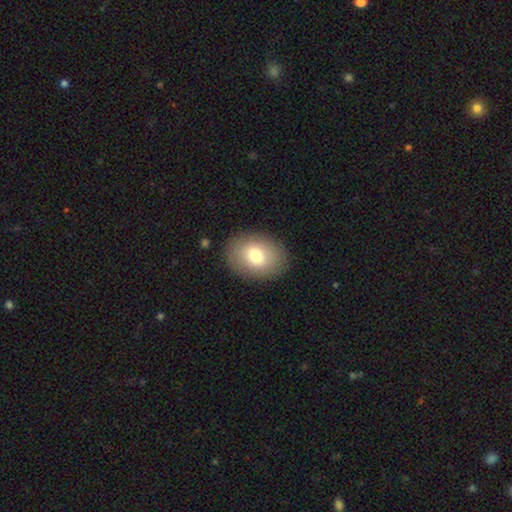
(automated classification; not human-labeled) smooth_or_featured: smooth (p=0.76) [alt: featured or disk p=0.16]
how_rounded: in between (p=0.71) [alt: round p=0.28]
merging: none (p=0.87) [alt: minor disturbance p=0.09]